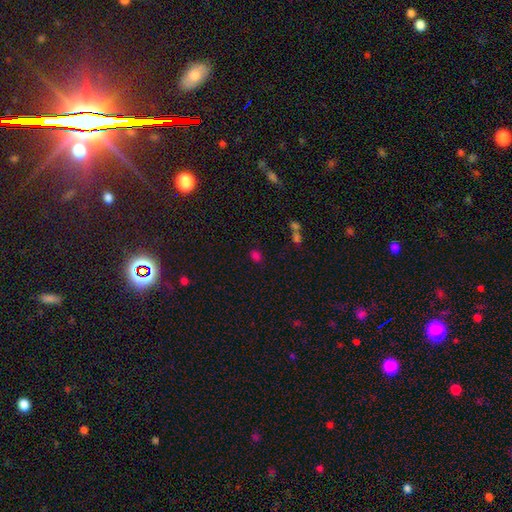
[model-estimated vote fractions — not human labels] Smooth or featured?
  - smooth: 66% *
  - star or artifact: 27%
  - featured or disk: 6%
How rounded?
  - in between: 68% *
  - round: 30%
  - cigar-shaped: 2%
Merging?
  - none: 69% *
  - merger: 13%
  - minor disturbance: 12%
  - major disturbance: 5%